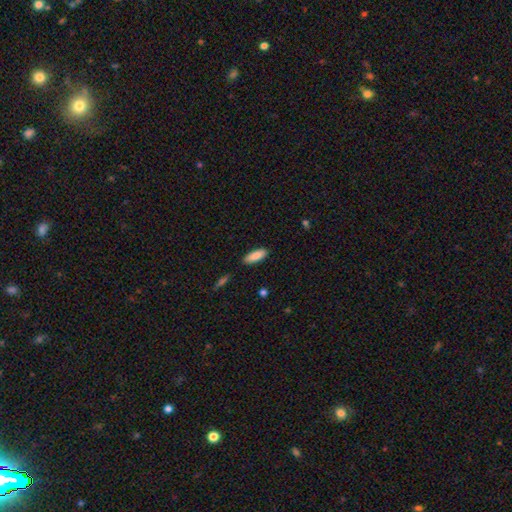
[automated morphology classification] This appears to be a smooth galaxy with no disk features (86%) that is in between round and cigar-shaped (66%). Merging: none (87%).